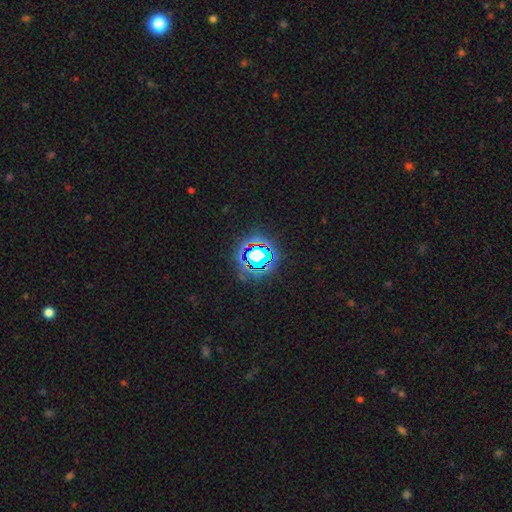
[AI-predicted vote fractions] This is likely a star or artifact rather than a galaxy (70%).